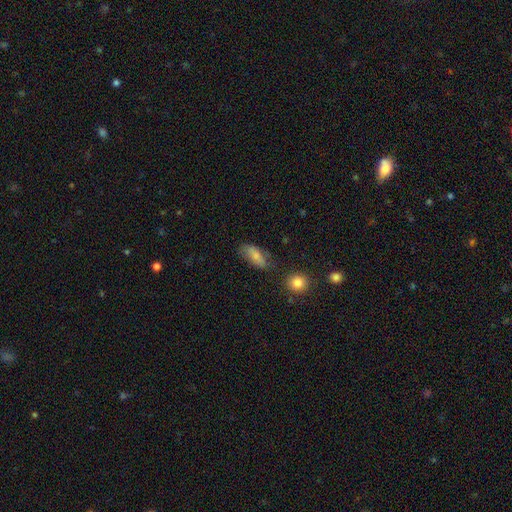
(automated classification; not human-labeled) smooth-or-featured: smooth: 76% | featured or disk: 16% | star or artifact: 8%
  how-rounded: in between: 84% | cigar-shaped: 12% | round: 4%
  merging: none: 58% | minor disturbance: 27% | major disturbance: 9% | merger: 5%